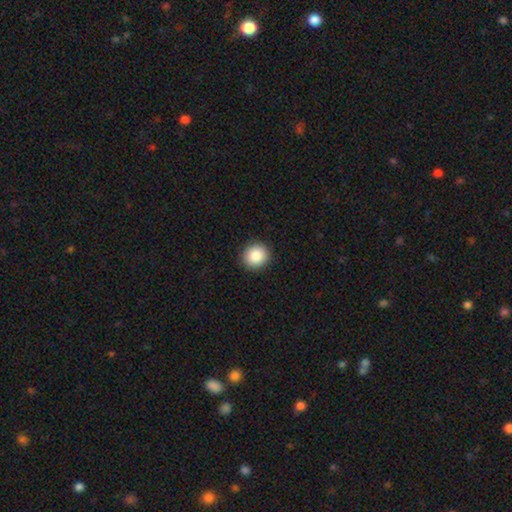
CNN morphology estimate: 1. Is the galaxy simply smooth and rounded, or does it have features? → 87% smooth, 8% star or artifact, 4% featured or disk.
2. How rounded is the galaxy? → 91% round, 8% in between, 1% cigar-shaped.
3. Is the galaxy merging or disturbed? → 92% none, 5% minor disturbance, 2% major disturbance, 1% merger.